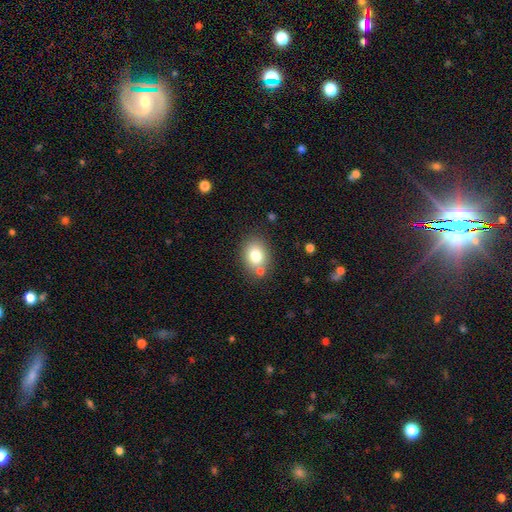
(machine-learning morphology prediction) A smooth galaxy with no disk features (78%) that is in between round and cigar-shaped (56%). Merging: none (73%).